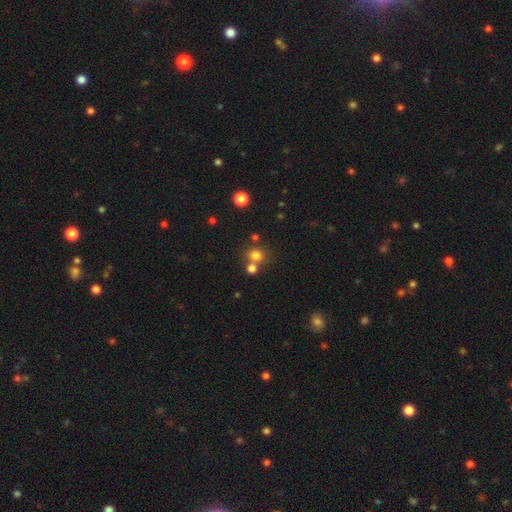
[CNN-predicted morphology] The model was most divided on "merging": none: 59%, merger: 30%, minor disturbance: 8%, major disturbance: 4%. More confident: how rounded — round (79%); smooth or featured — smooth (76%).